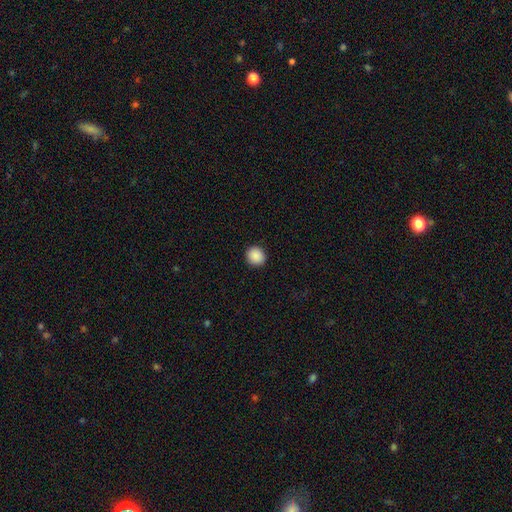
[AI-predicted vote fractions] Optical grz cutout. It shows a smooth galaxy with no disk features (89%) that is round (88%). Merging: none (92%).